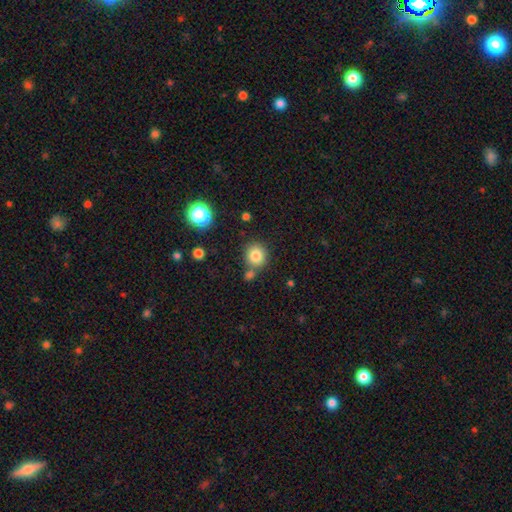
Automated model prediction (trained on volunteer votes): A smooth galaxy with no disk features (81%) that is round (88%).

Vote fractions:
- Smooth or featured? smooth: 81% / star or artifact: 12% / featured or disk: 7%
- How rounded? round: 88% / in between: 11% / cigar-shaped: 1%
- Merging? none: 72% / merger: 15% / minor disturbance: 10% / major disturbance: 3%